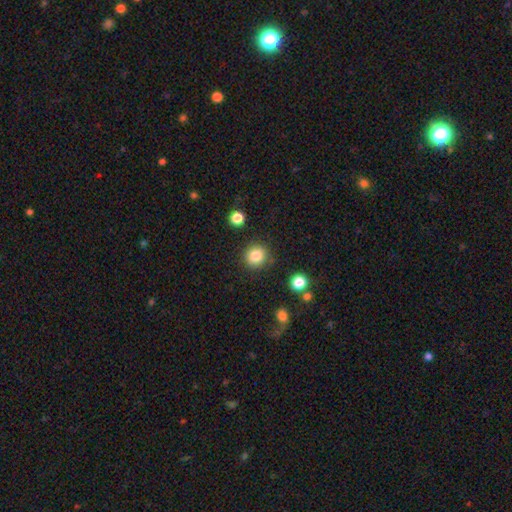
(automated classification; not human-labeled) Overall: smooth (84%). How rounded: round (92%). Merging: none (88%).